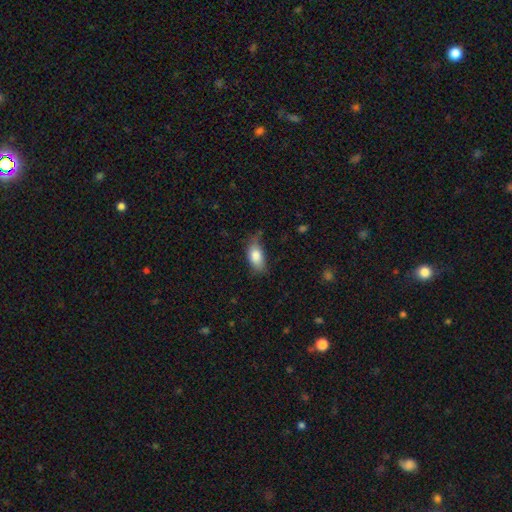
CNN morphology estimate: type=smooth (83%); roundness=in between (89%); merging=none (55%).